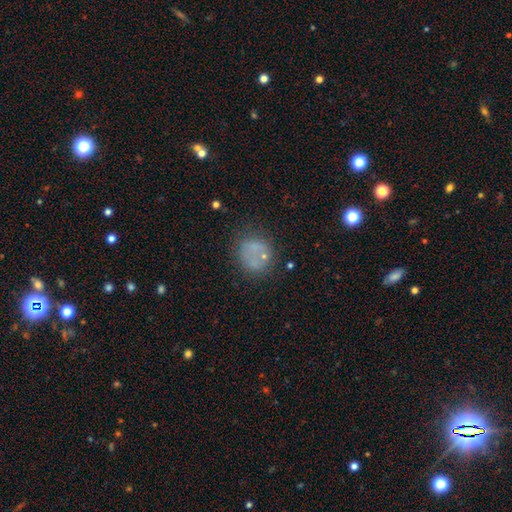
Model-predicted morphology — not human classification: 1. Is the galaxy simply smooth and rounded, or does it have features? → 59% smooth, 24% featured or disk, 17% star or artifact.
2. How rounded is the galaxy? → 80% round, 19% in between, 1% cigar-shaped.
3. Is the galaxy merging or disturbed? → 61% none, 18% minor disturbance, 12% major disturbance, 9% merger.